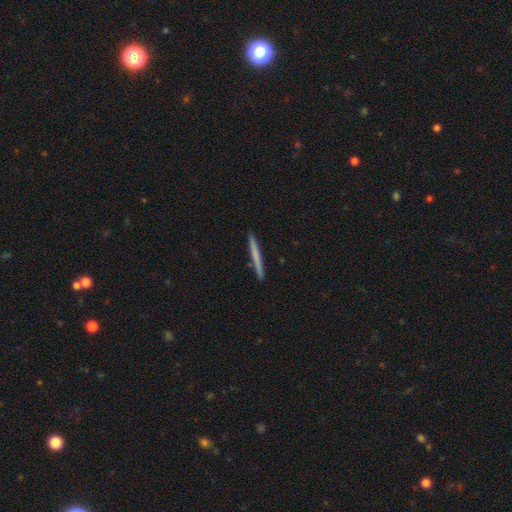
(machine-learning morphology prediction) smooth-or-featured: smooth: 63% | featured or disk: 31% | star or artifact: 5%
  how-rounded: cigar-shaped: 97% | in between: 2% | round: 1%
  merging: none: 92% | minor disturbance: 5% | major disturbance: 1% | merger: 1%